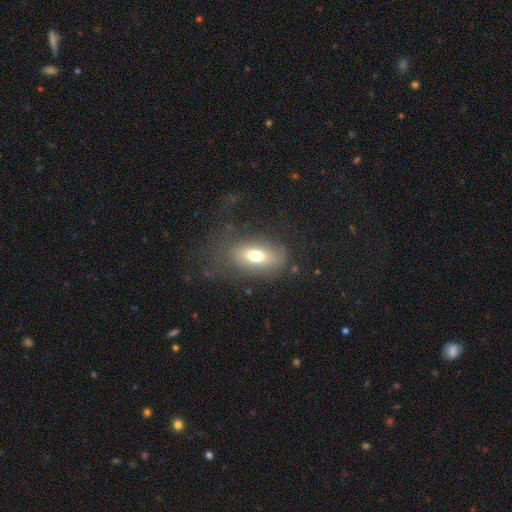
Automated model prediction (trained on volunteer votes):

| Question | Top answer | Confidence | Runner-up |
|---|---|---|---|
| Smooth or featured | smooth | 68% | featured or disk (21%) |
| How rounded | in between | 84% | round (10%) |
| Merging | none | 61% | minor disturbance (19%) |